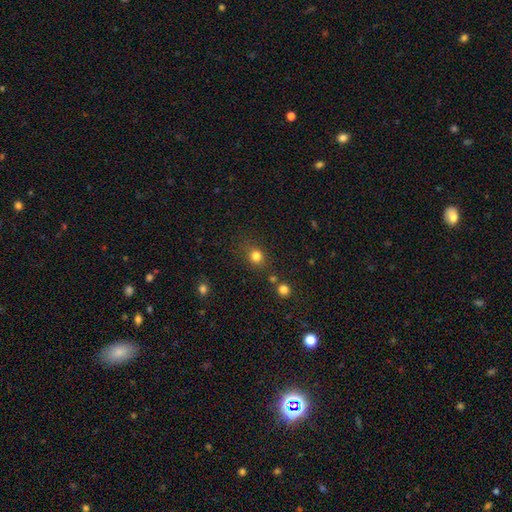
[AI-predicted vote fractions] Overall: smooth (80%). How rounded: round (78%). Merging: none (79%).